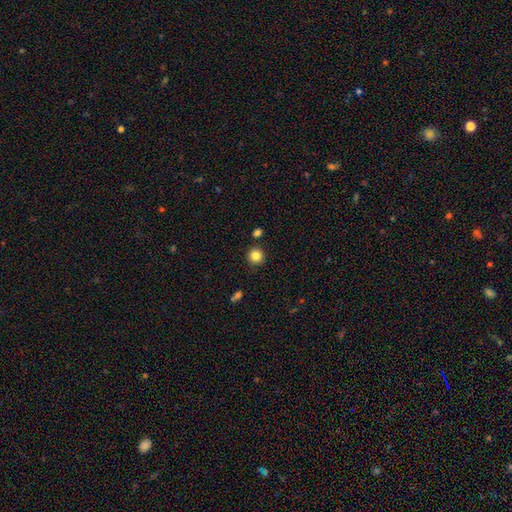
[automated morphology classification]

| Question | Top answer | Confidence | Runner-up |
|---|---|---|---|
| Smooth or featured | smooth | 85% | star or artifact (11%) |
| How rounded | round | 93% | in between (6%) |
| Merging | none | 87% | minor disturbance (7%) |